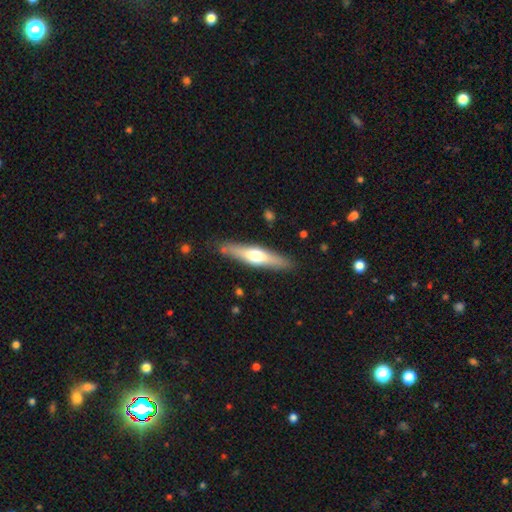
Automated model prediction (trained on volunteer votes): featured or disk 52%, smooth 43%, star or artifact 5%. Down the decision tree: edge-on disk — yes (92%); merging — none (85%).